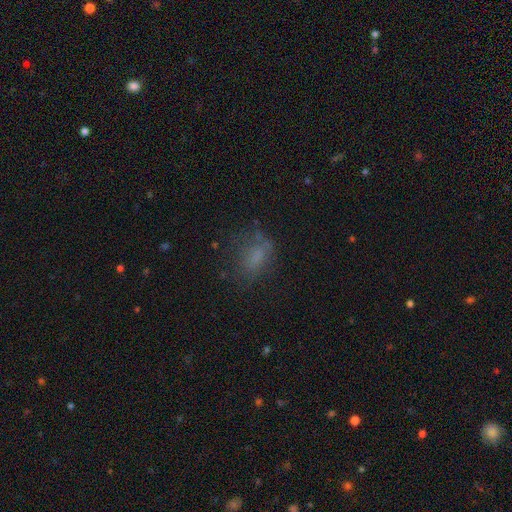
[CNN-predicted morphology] A smooth galaxy with no disk features (62%) that is in between round and cigar-shaped (73%). Merging: none (54%).